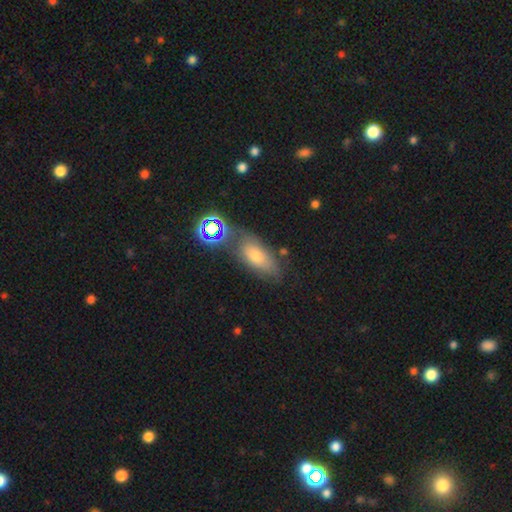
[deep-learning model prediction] A smooth galaxy with no disk features (57%) that is in between round and cigar-shaped (81%). Merging: none (63%).